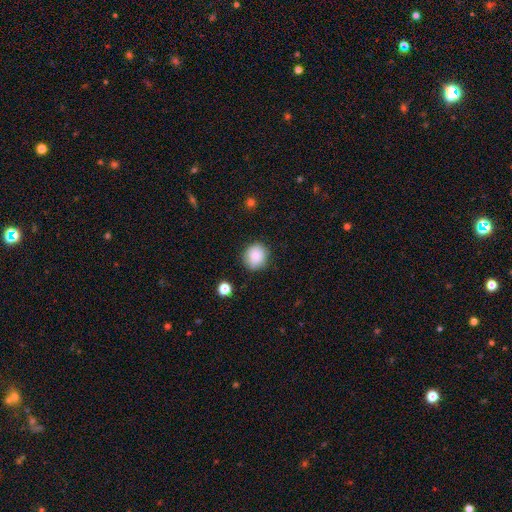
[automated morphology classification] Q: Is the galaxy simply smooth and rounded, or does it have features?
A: smooth — 86%.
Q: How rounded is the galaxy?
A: round — 81%.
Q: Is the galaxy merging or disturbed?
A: none — 82%.